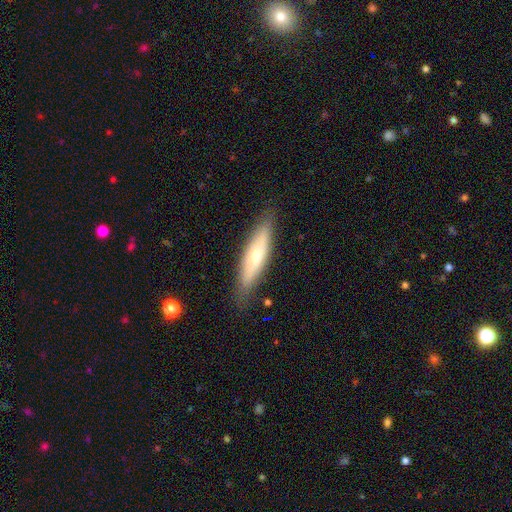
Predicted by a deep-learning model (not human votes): smooth_or_featured: smooth (p=0.56) [alt: featured or disk p=0.38]
how_rounded: cigar-shaped (p=0.72) [alt: in between p=0.27]
merging: none (p=0.83) [alt: minor disturbance p=0.13]